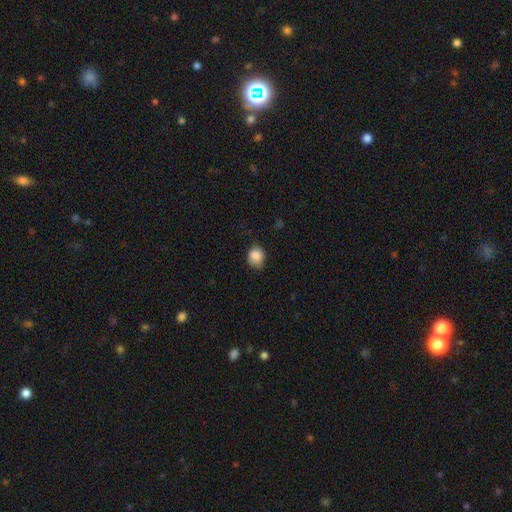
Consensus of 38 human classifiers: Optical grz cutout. It shows a smooth galaxy with no disk features (92%) that is round (60%). Merging: none (64%).